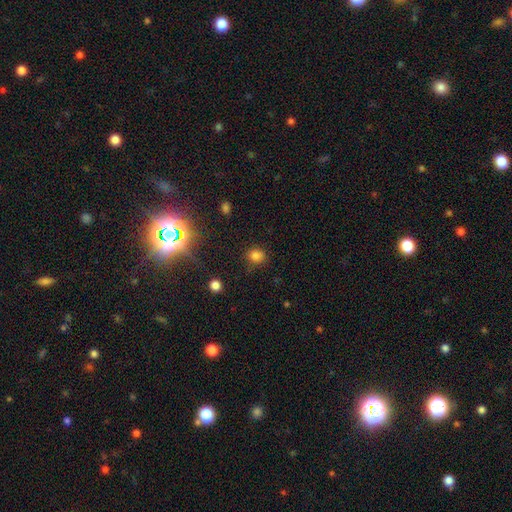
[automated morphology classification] Overall: smooth (77%). How rounded: round (75%). Merging: none (80%).